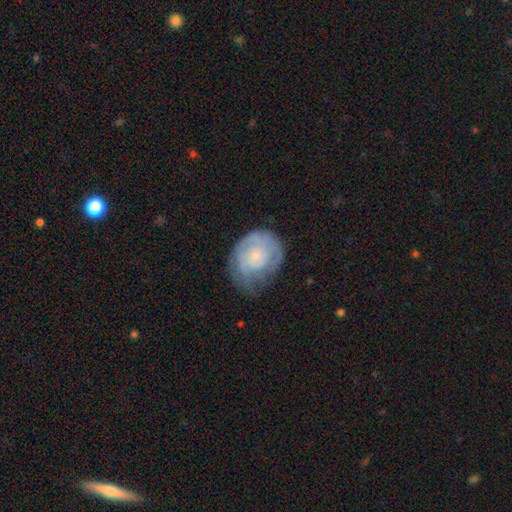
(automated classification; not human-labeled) This appears to be a featured or disk galaxy (61%) with no bar (79%), spiral arms (81%) and a small central bulge (70%). Merging: none (52%).